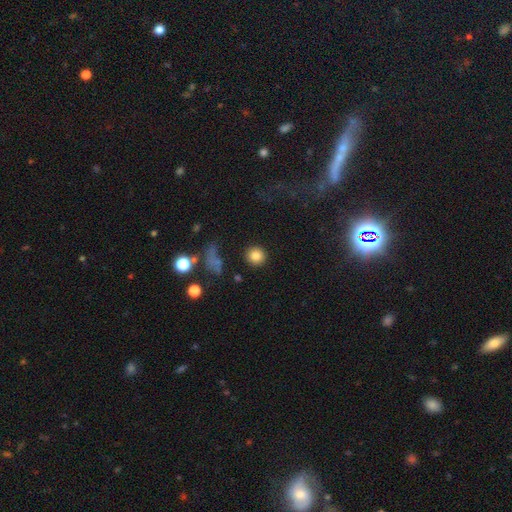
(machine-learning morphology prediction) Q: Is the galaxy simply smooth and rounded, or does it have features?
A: smooth — 83%.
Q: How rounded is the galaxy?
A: round — 93%.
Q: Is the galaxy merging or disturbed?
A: none — 88%.